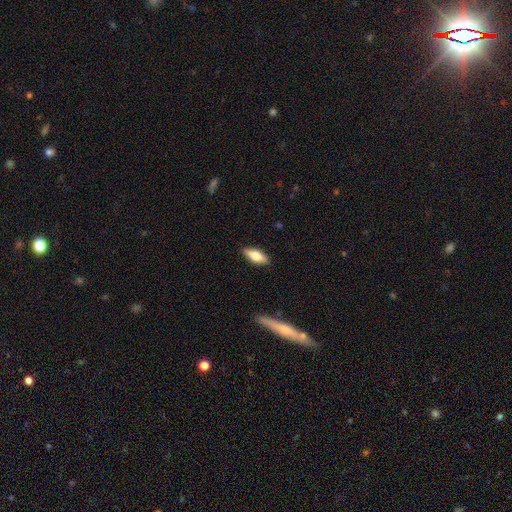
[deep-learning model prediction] Morphology: type=smooth (68%); roundness=in between (72%); merging=none (87%).